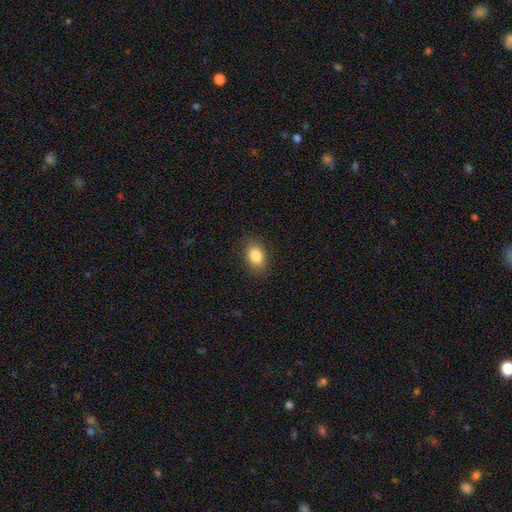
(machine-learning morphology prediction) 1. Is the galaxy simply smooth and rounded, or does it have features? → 86% smooth, 8% star or artifact, 6% featured or disk.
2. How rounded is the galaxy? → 86% in between, 13% round, 2% cigar-shaped.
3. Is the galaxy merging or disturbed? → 87% none, 10% minor disturbance, 3% major disturbance, 1% merger.